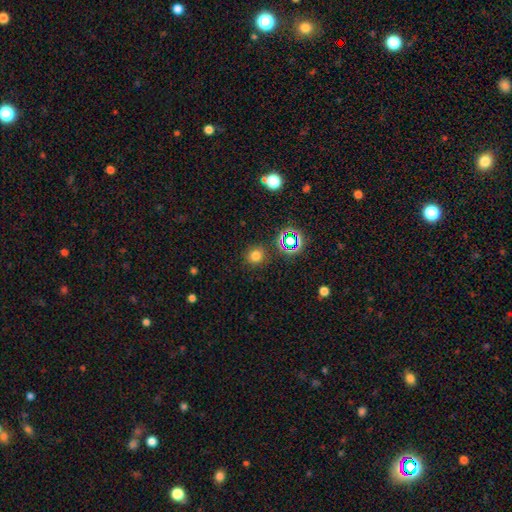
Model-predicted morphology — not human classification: Smooth or featured? smooth (73%)
How rounded? round (90%)
Merging? none (87%)